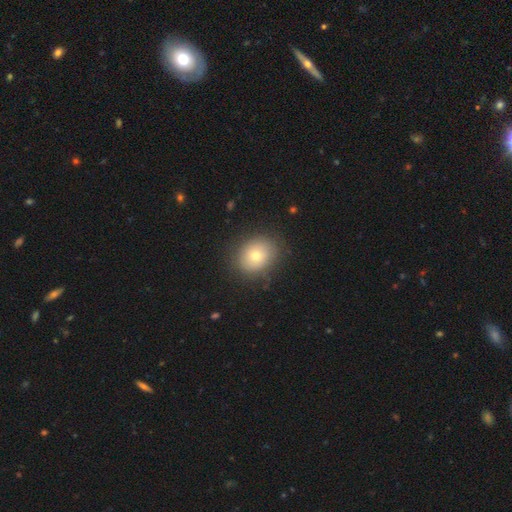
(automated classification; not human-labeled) Smooth or featured?
  - smooth: 73% *
  - featured or disk: 16%
  - star or artifact: 10%
How rounded?
  - round: 58% *
  - in between: 41%
  - cigar-shaped: 1%
Merging?
  - none: 84% *
  - minor disturbance: 11%
  - major disturbance: 4%
  - merger: 1%